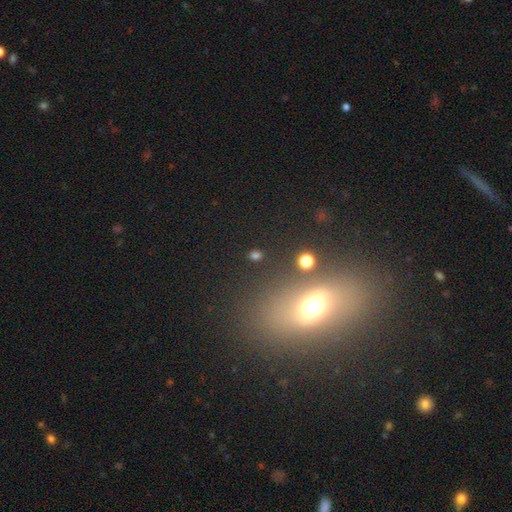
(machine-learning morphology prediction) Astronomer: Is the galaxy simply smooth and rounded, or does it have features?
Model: smooth — 50% (runner-up: star or artifact, 35%).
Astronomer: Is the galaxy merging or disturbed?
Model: none — 75%.